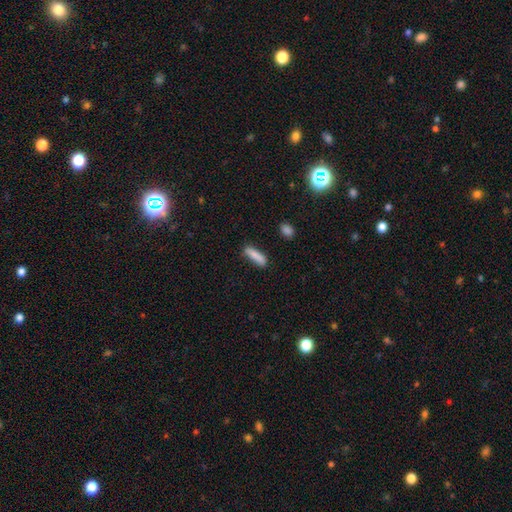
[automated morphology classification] Smooth or featured? Predicted: smooth (p=0.83). How rounded? Predicted: cigar-shaped (p=0.67). Merging? Predicted: none (p=0.76).